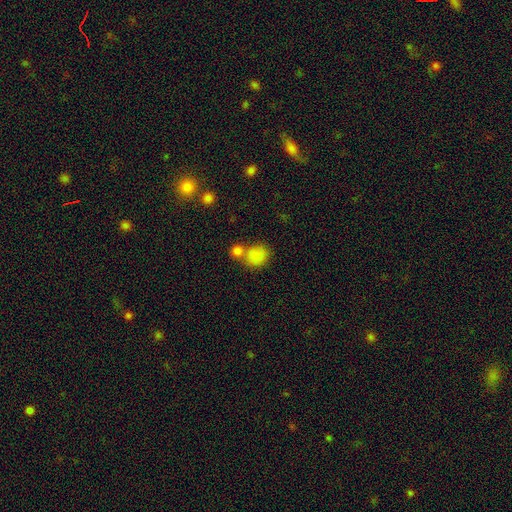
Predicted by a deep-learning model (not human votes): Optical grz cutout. It shows a smooth galaxy with no disk features (83%) that is round (70%). Merging: none (45%).